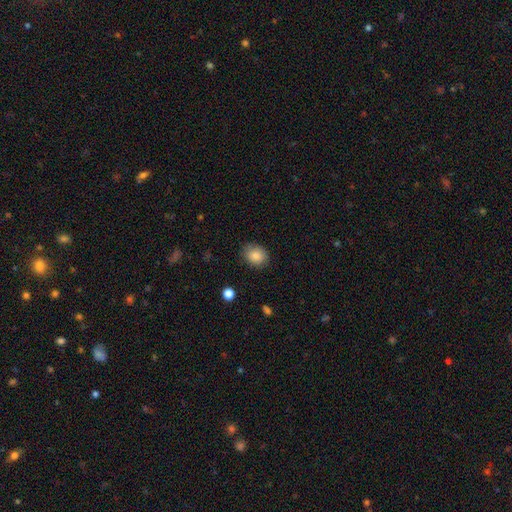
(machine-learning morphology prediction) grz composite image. It shows a smooth galaxy with no disk features (86%) that is round (55%). Merging: none (78%).